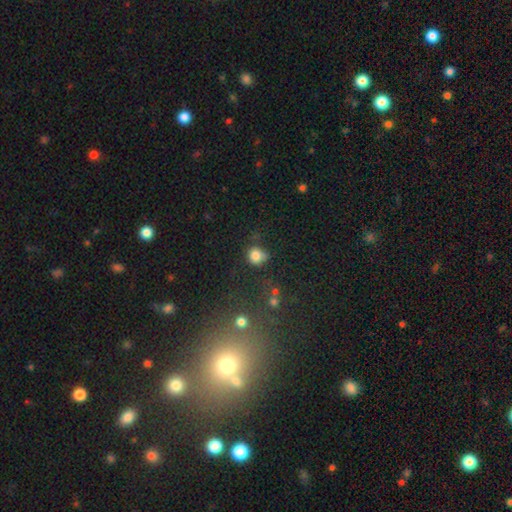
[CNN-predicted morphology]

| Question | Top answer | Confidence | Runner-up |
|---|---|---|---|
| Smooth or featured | smooth | 82% | star or artifact (11%) |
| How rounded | round | 73% | in between (26%) |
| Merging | none | 54% | minor disturbance (28%) |